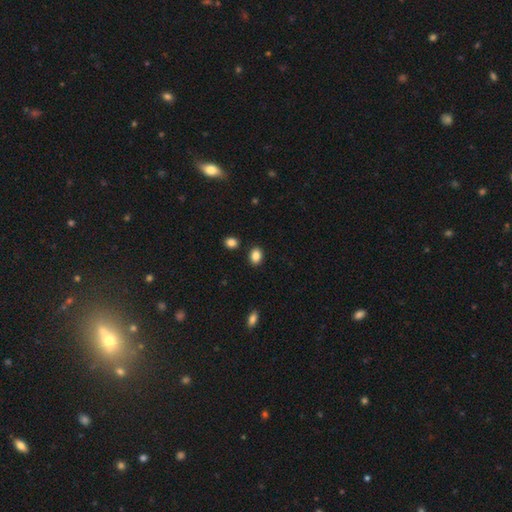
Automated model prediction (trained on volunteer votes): Smooth or featured? smooth (87%)
How rounded? in between (69%)
Merging? none (86%)